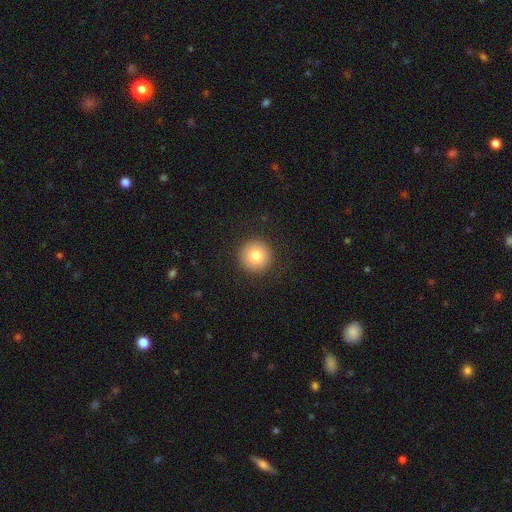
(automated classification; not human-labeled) A smooth galaxy with no disk features (81%) that is round (96%). Merging: none (91%).